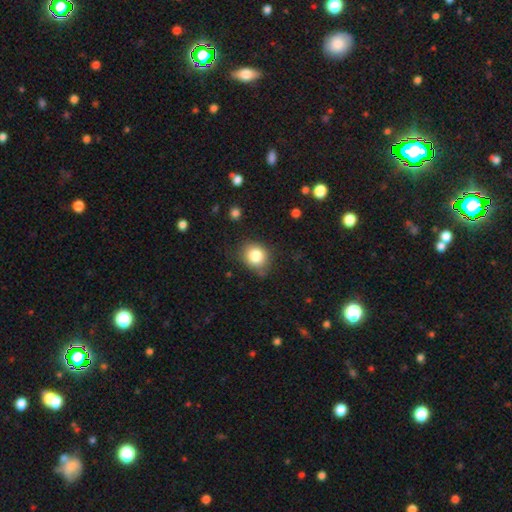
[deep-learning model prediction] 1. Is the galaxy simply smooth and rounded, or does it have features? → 82% smooth, 10% star or artifact, 8% featured or disk.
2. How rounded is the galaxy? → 73% round, 27% in between, 1% cigar-shaped.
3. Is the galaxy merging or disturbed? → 73% none, 20% minor disturbance, 5% major disturbance, 2% merger.